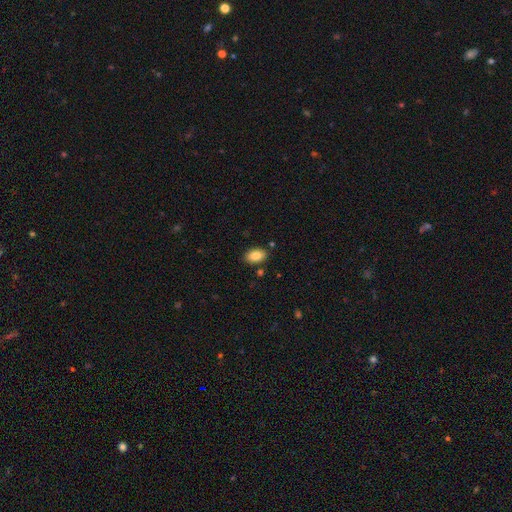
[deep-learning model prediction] A smooth galaxy with no disk features (85%) that is in between round and cigar-shaped (90%). Merging: none (85%).